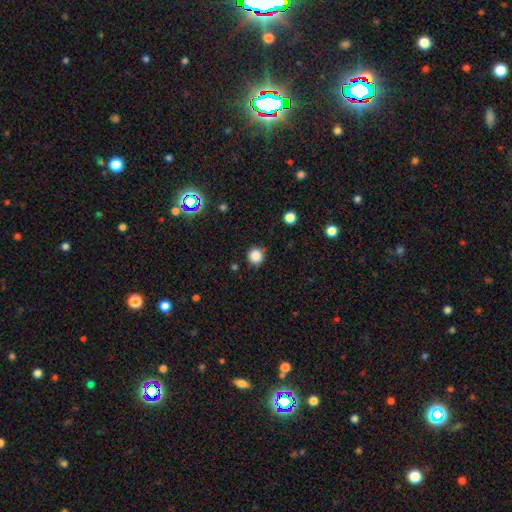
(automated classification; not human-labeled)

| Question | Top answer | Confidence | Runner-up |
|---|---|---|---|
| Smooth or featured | smooth | 84% | star or artifact (12%) |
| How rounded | round | 93% | in between (6%) |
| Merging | none | 83% | minor disturbance (12%) |